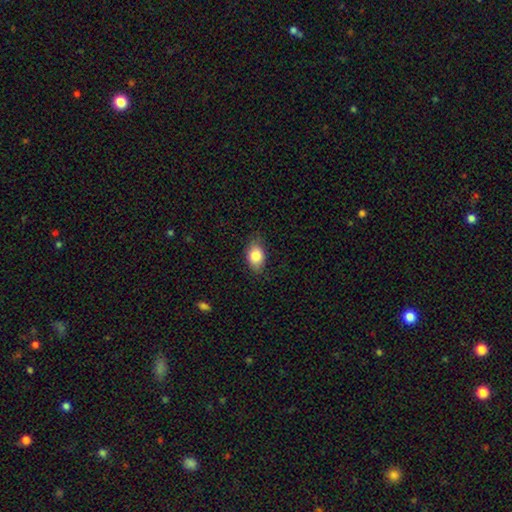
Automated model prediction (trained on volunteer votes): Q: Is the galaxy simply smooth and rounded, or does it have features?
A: smooth — 85%.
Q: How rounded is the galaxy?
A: in between — 82%.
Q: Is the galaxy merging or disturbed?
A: none — 77%.